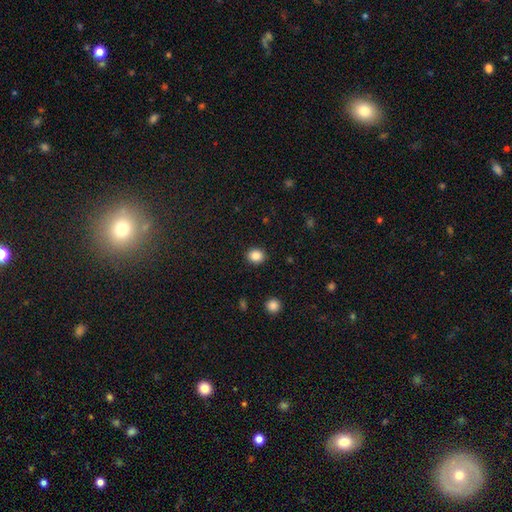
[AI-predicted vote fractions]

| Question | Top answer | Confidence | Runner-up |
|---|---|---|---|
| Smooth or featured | smooth | 86% | star or artifact (10%) |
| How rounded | round | 76% | in between (24%) |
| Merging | none | 91% | minor disturbance (6%) |